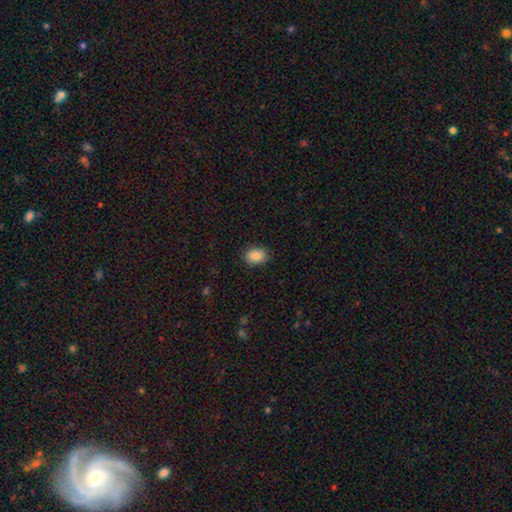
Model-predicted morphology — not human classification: A smooth galaxy with no disk features (87%) that is in between round and cigar-shaped (68%).

Vote fractions:
- Smooth or featured? smooth: 87% / star or artifact: 8% / featured or disk: 5%
- How rounded? in between: 68% / round: 31% / cigar-shaped: 1%
- Merging? none: 87% / minor disturbance: 10% / major disturbance: 2% / merger: 1%